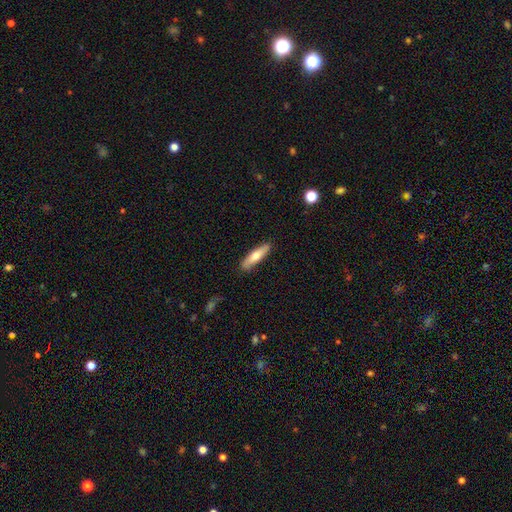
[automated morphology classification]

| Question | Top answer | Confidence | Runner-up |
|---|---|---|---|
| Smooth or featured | smooth | 62% | featured or disk (32%) |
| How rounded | cigar-shaped | 75% | in between (23%) |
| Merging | none | 87% | minor disturbance (10%) |